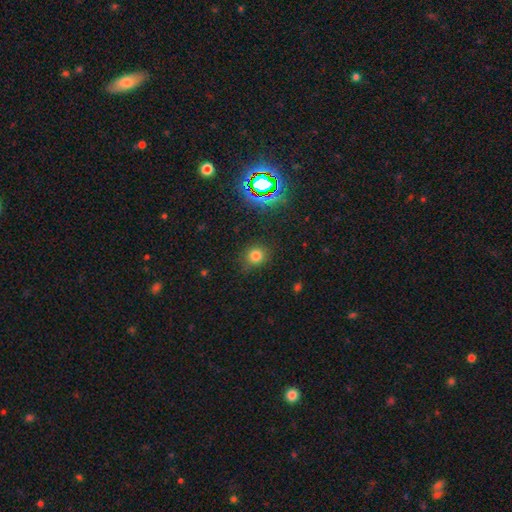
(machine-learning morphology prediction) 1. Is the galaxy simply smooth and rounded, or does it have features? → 76% smooth, 19% star or artifact, 6% featured or disk.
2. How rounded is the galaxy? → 85% round, 14% in between, 1% cigar-shaped.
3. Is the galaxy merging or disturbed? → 82% none, 13% minor disturbance, 4% major disturbance, 2% merger.